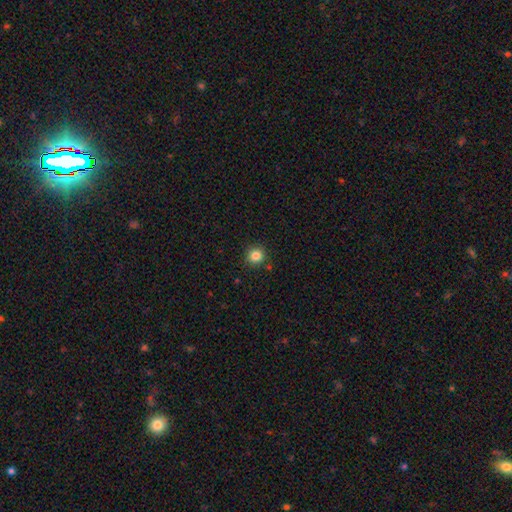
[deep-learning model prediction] Smooth or featured? Predicted: smooth (p=0.84). How rounded? Predicted: round (p=0.92). Merging? Predicted: none (p=0.89).